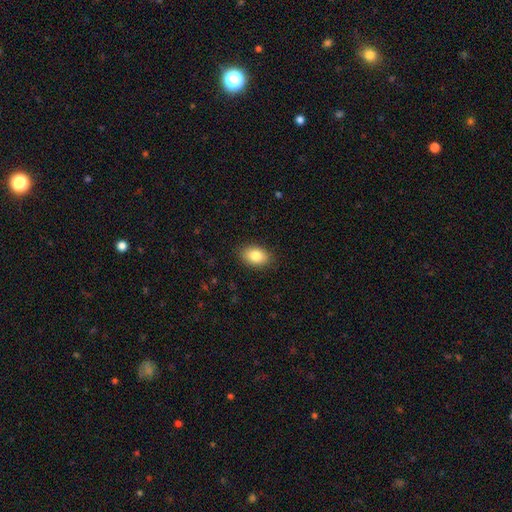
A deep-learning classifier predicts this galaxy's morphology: Smooth or featured?
  - smooth: 84% *
  - featured or disk: 8%
  - star or artifact: 8%
How rounded?
  - in between: 86% *
  - round: 13%
  - cigar-shaped: 1%
Merging?
  - none: 88% *
  - minor disturbance: 9%
  - major disturbance: 2%
  - merger: 1%